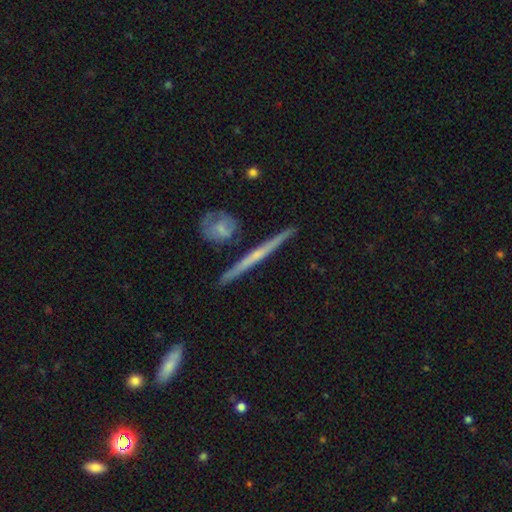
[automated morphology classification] smooth_or_featured: featured or disk (p=0.69) [alt: smooth p=0.26]
disk_edge_on: yes (p=0.97) [alt: no p=0.03]
edge_on_bulge: none (p=0.57) [alt: rounded p=0.36]
merging: none (p=0.87) [alt: minor disturbance p=0.07]